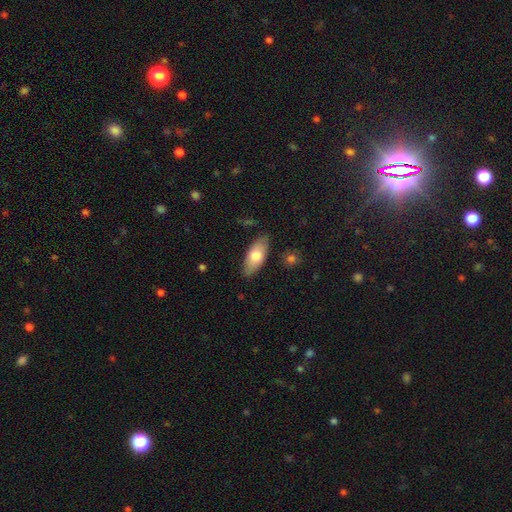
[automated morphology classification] A smooth galaxy with no disk features (71%) that is in between round and cigar-shaped (85%).

Vote fractions:
- Smooth or featured? smooth: 71% / featured or disk: 23% / star or artifact: 6%
- How rounded? in between: 85% / cigar-shaped: 12% / round: 2%
- Merging? none: 85% / minor disturbance: 11% / major disturbance: 2% / merger: 2%